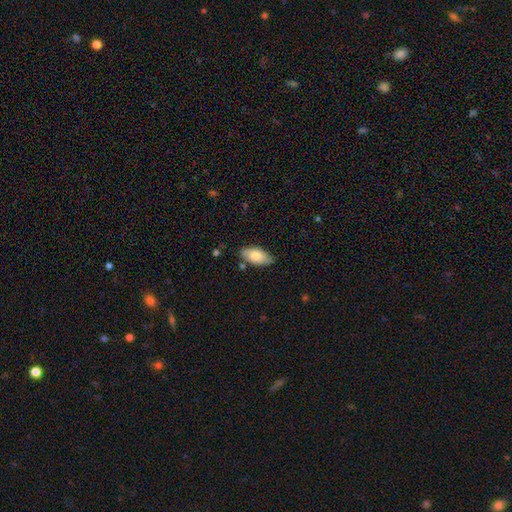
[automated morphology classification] A smooth galaxy with no disk features (80%) that is in between round and cigar-shaped (93%).

Vote fractions:
- Smooth or featured? smooth: 80% / featured or disk: 14% / star or artifact: 6%
- How rounded? in between: 93% / cigar-shaped: 5% / round: 2%
- Merging? none: 78% / minor disturbance: 17% / major disturbance: 3% / merger: 3%